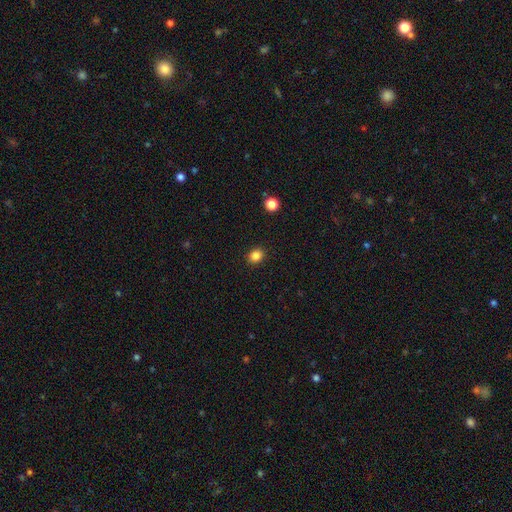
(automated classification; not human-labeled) Smooth or featured?
  - smooth: 85% *
  - star or artifact: 11%
  - featured or disk: 4%
How rounded?
  - round: 65% *
  - in between: 34%
  - cigar-shaped: 1%
Merging?
  - none: 91% *
  - minor disturbance: 6%
  - major disturbance: 2%
  - merger: 1%